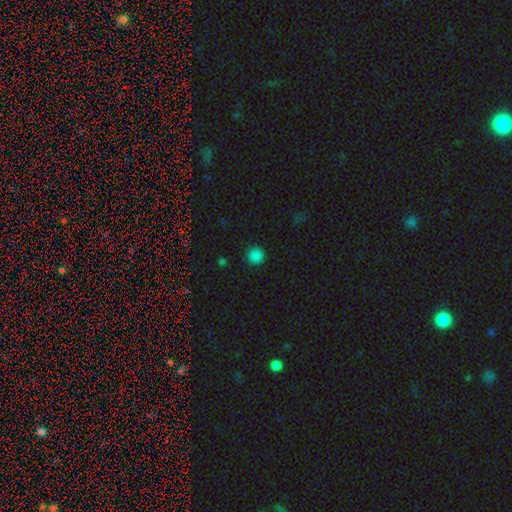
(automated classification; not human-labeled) A smooth galaxy with no disk features (84%) that is round (95%).

Vote fractions:
- Smooth or featured? smooth: 84% / star or artifact: 13% / featured or disk: 3%
- How rounded? round: 95% / in between: 4% / cigar-shaped: 1%
- Merging? none: 91% / minor disturbance: 6% / major disturbance: 2% / merger: 1%